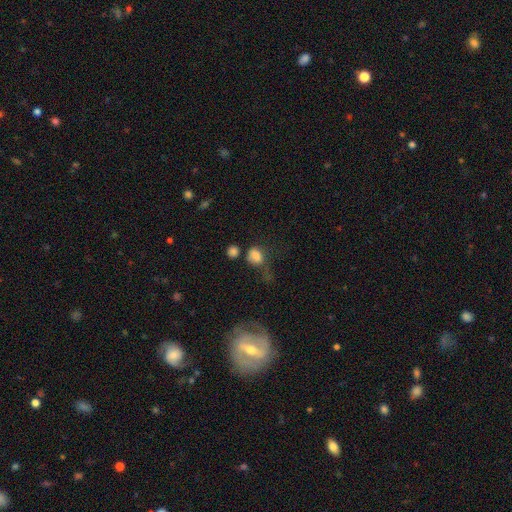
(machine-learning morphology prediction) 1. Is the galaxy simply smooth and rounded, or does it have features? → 77% smooth, 13% star or artifact, 10% featured or disk.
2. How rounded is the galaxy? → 59% in between, 38% round, 2% cigar-shaped.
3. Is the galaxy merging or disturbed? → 33% none, 28% major disturbance, 24% minor disturbance, 15% merger.